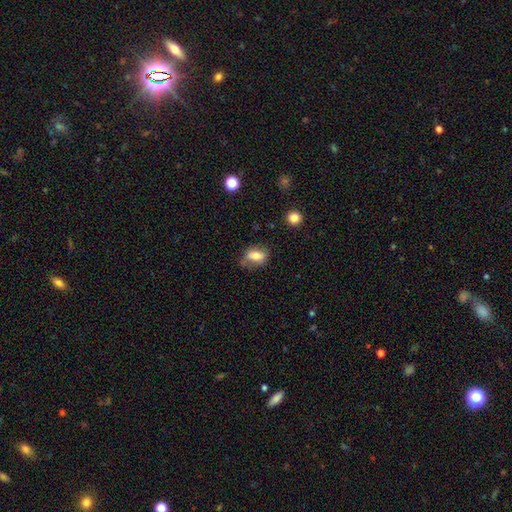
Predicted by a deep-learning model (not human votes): Smooth or featured? smooth (72%)
How rounded? in between (77%)
Merging? none (59%)